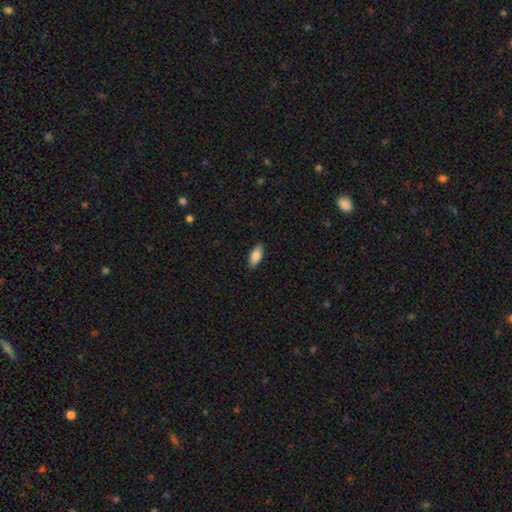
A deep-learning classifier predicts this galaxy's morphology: This appears to be a smooth galaxy with no disk features (83%) that is in between round and cigar-shaped (82%). Merging: none (88%).